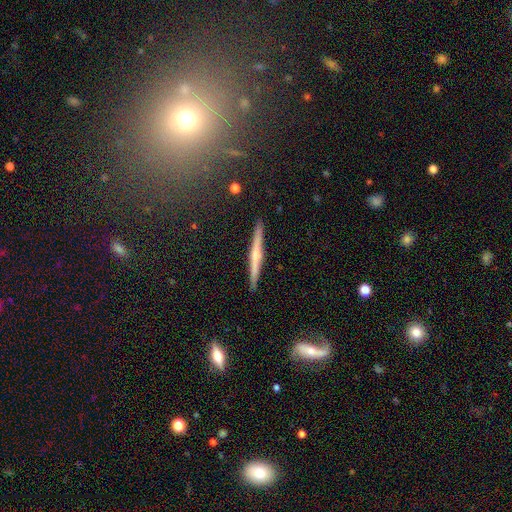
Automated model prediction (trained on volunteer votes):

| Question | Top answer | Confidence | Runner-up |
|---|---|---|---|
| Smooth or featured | featured or disk | 63% | smooth (31%) |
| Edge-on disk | yes | 97% | no (3%) |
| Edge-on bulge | rounded | 52% | none (37%) |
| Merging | none | 91% | minor disturbance (7%) |